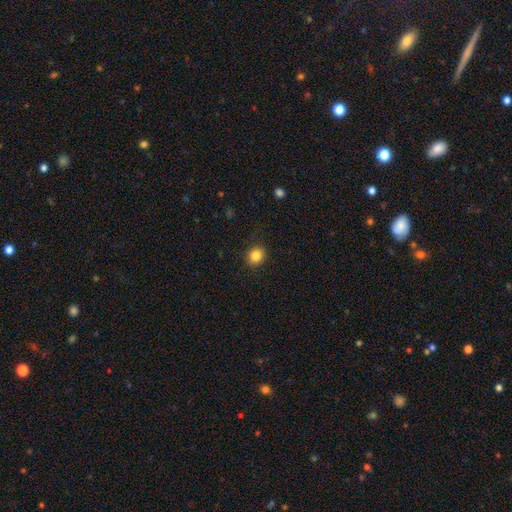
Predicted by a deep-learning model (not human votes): This is clearly a smooth galaxy (84%). How rounded: clearly round (84%). Merging: clearly none (90%).